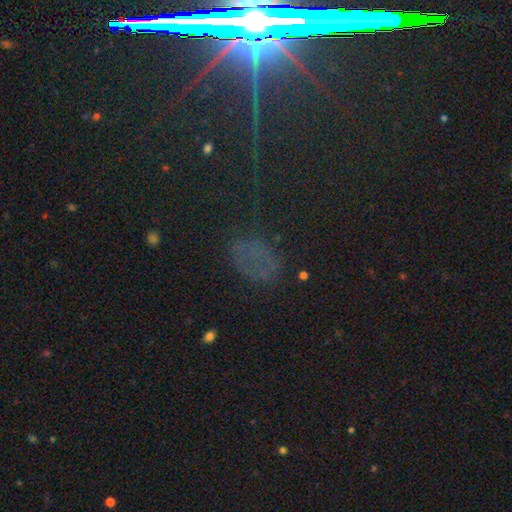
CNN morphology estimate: Q: Smooth or featured?
A: star or artifact (53%); runner-up: smooth (32%)